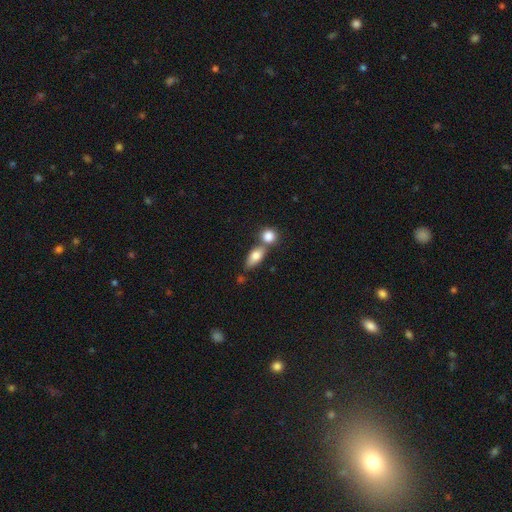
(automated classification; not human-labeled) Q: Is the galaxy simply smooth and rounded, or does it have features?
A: smooth — 78%.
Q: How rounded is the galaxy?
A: in between — 78%.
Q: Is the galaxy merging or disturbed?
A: merger — 43%, tied with none.